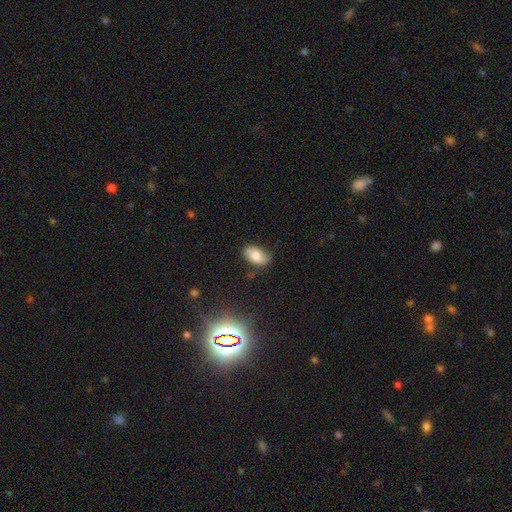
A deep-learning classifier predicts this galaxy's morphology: Smooth or featured: smooth — 68% (featured or disk — 22%)
How rounded: in between — 92% (round — 6%)
Merging: none — 69% (minor disturbance — 24%)